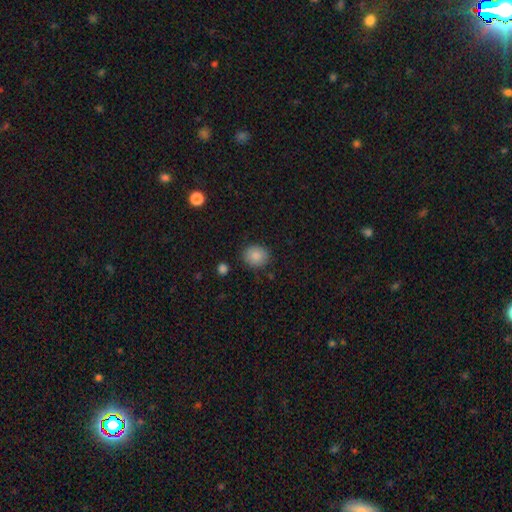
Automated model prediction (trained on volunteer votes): This is clearly a smooth galaxy (86%). How rounded: likely round (74%). Merging: clearly none (86%).